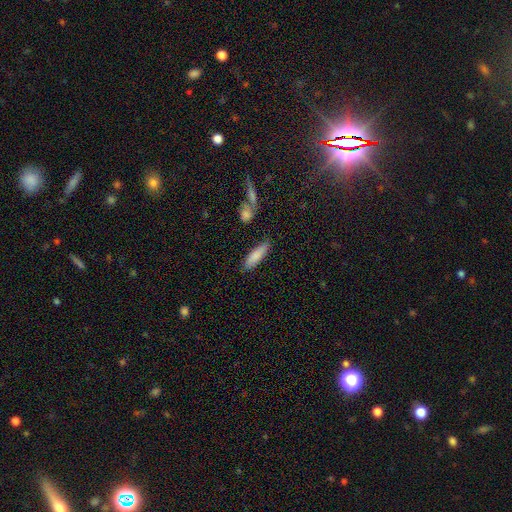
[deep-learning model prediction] This appears to be a smooth galaxy with no disk features (82%) that is cigar-shaped (56%). Merging: none (79%).